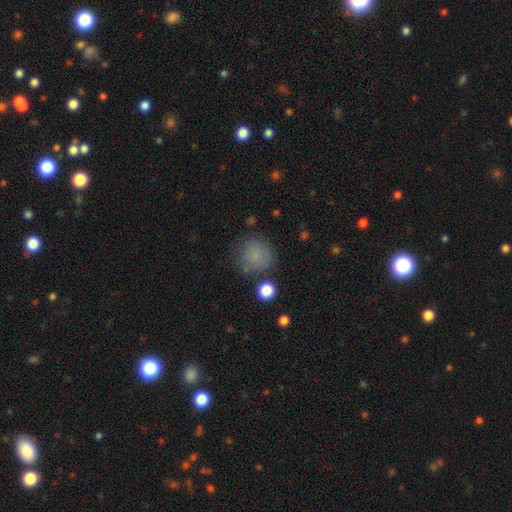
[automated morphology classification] Overall: smooth (78%). How rounded: round (90%). Merging: none (71%).